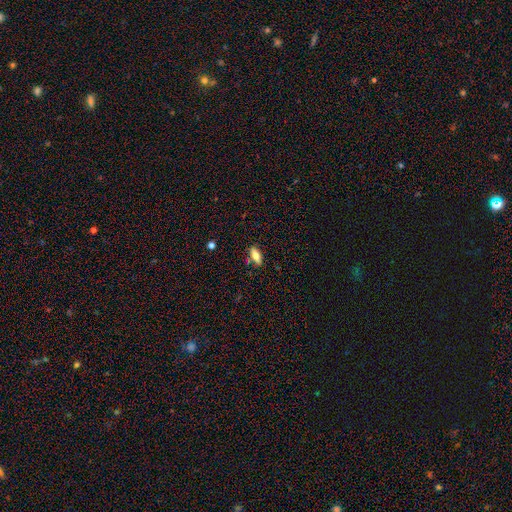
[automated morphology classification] type=smooth (68%); roundness=in between (72%); merging=none (81%).